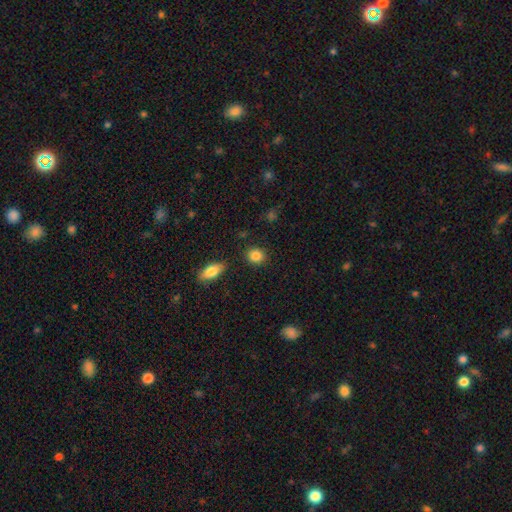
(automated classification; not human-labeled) Q: Smooth or featured?
A: smooth (87%); runner-up: star or artifact (9%)
Q: How rounded?
A: round (72%); runner-up: in between (27%)
Q: Merging?
A: none (87%); runner-up: minor disturbance (8%)